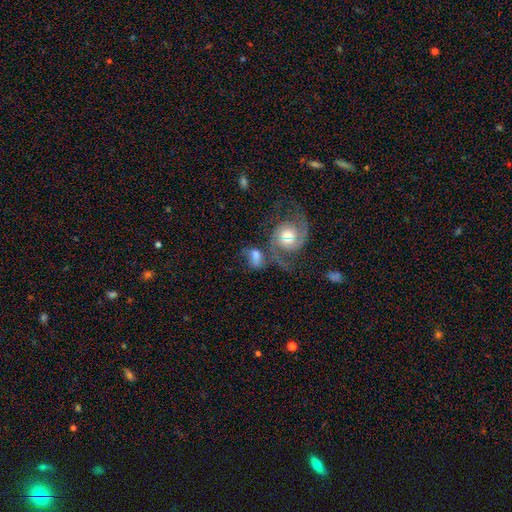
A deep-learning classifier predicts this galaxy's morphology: The model was most divided on "smooth or featured": featured or disk: 52%, smooth: 38%, star or artifact: 10%. More confident: edge-on disk — no (96%); spiral arms — yes (84%); bar — no (55%); bulge size — moderate (54%); merging — merger (53%).